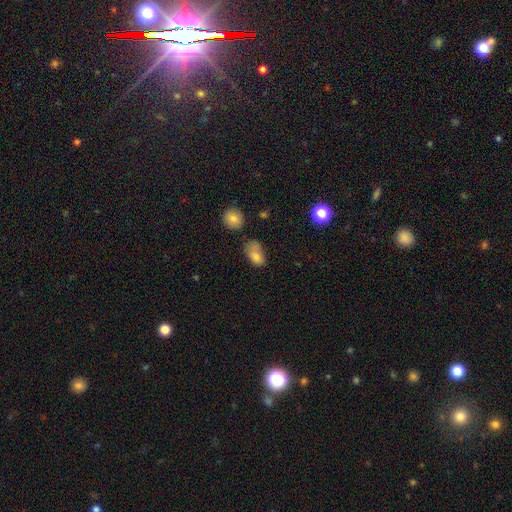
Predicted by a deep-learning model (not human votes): Morphology: type=smooth (78%); roundness=in between (87%); merging=none (36%).